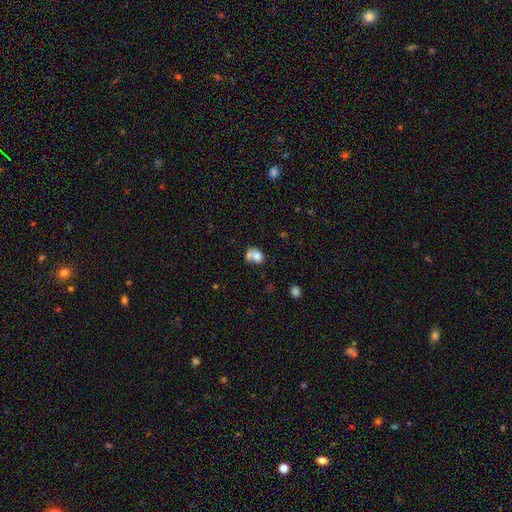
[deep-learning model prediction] This appears to be a smooth galaxy with no disk features (75%) that is in between round and cigar-shaped (56%). Merging: merger (48%).